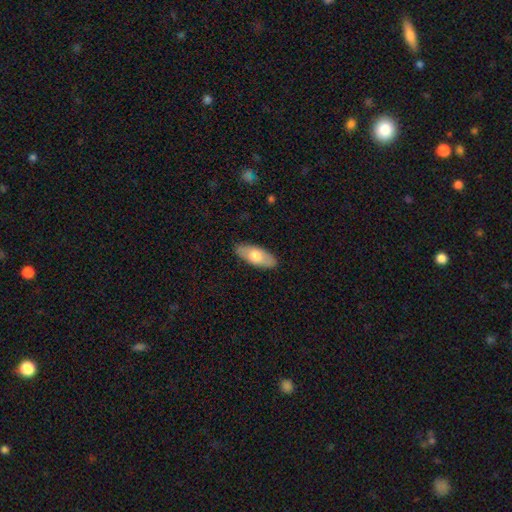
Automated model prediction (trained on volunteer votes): Smooth or featured? Predicted: smooth (p=0.71). How rounded? Predicted: in between (p=0.84). Merging? Predicted: none (p=0.87).